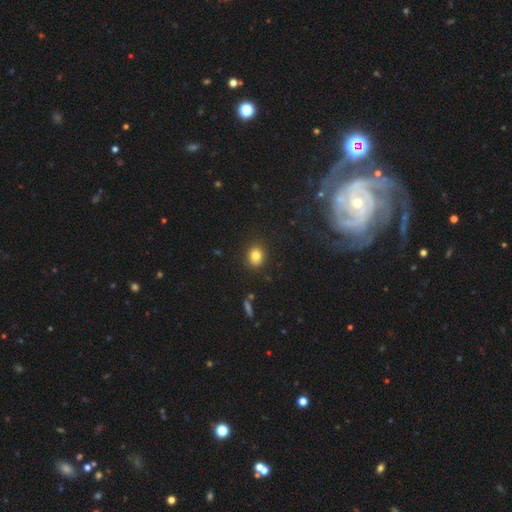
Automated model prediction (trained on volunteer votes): Q: Smooth or featured?
A: smooth (82%); runner-up: star or artifact (11%)
Q: How rounded?
A: round (68%); runner-up: in between (31%)
Q: Merging?
A: none (88%); runner-up: minor disturbance (8%)